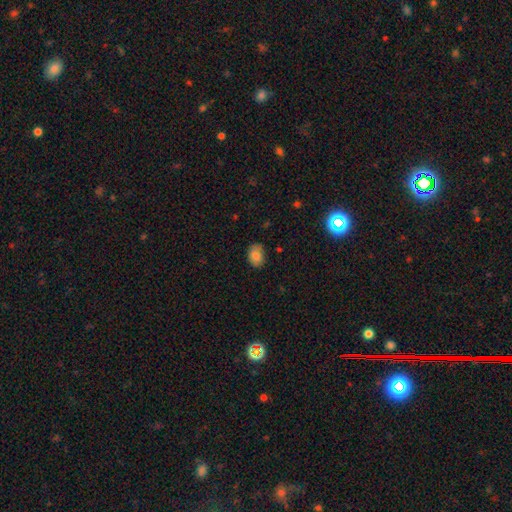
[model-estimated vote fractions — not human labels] Overall: smooth (83%). How rounded: in between (73%). Merging: none (79%).